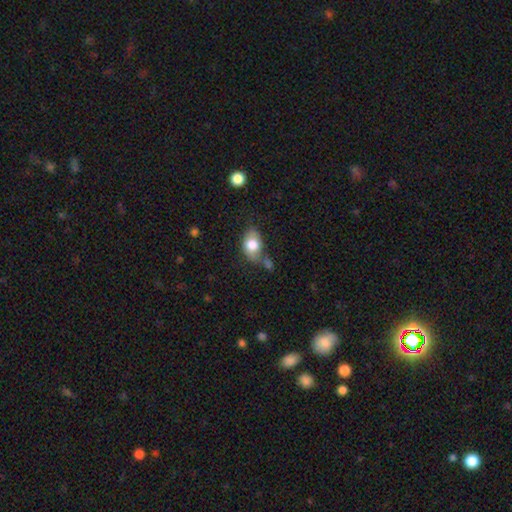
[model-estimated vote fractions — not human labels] Morphology: type=smooth (76%); roundness=in between (77%); merging=none (53%).